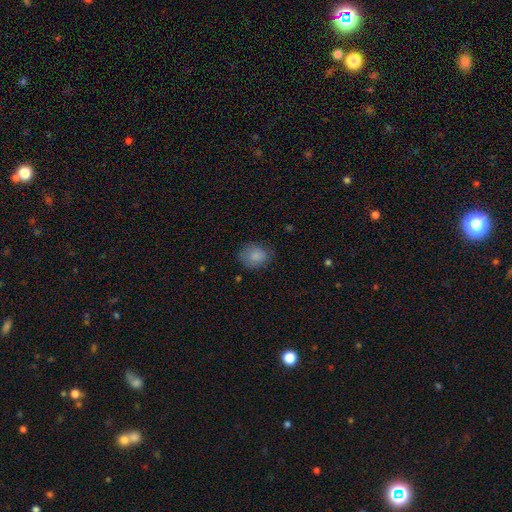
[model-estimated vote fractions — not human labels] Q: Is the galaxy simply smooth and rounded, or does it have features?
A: smooth — 85%.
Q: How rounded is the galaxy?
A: round — 60%.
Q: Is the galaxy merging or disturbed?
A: none — 71%.